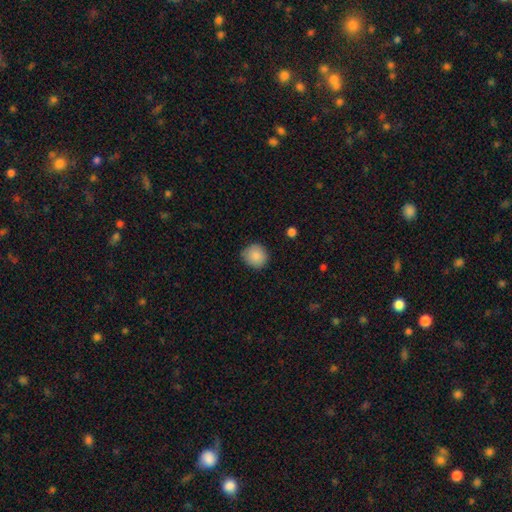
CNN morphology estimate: smooth_or_featured: smooth (p=0.87) [alt: star or artifact p=0.08]
how_rounded: round (p=0.89) [alt: in between p=0.10]
merging: none (p=0.84) [alt: minor disturbance p=0.13]